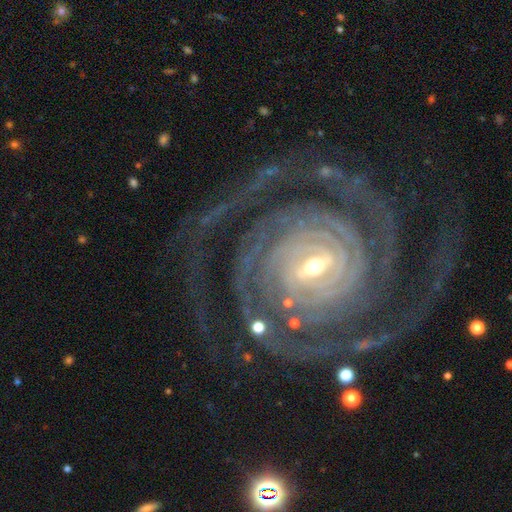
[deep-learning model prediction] smooth_or_featured: featured or disk (p=0.93) [alt: star or artifact p=0.04]
disk_edge_on: no (p=0.98) [alt: yes p=0.02]
bar: weak (p=0.41) [alt: strong p=0.39]
has_spiral_arms: yes (p=0.99) [alt: no p=0.01]
spiral_winding: tight (p=0.82) [alt: medium p=0.15]
spiral_arm_count: 2 (p=0.46) [alt: 3 p=0.17]
bulge_size: small (p=0.59) [alt: moderate p=0.37]
merging: none (p=0.75) [alt: minor disturbance p=0.12]